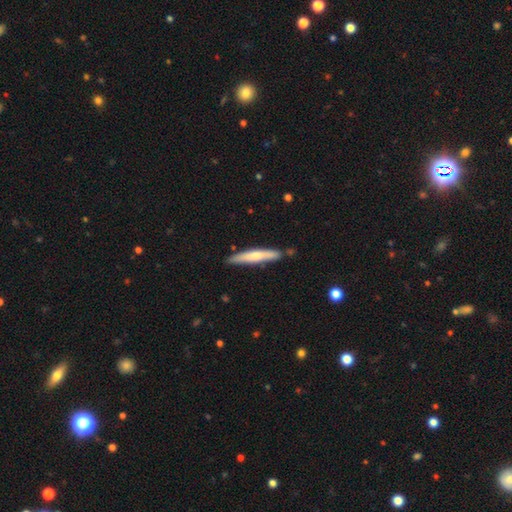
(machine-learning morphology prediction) Q: Smooth or featured?
A: smooth (58%); runner-up: featured or disk (37%)
Q: How rounded?
A: cigar-shaped (92%); runner-up: in between (6%)
Q: Merging?
A: none (81%); runner-up: minor disturbance (13%)